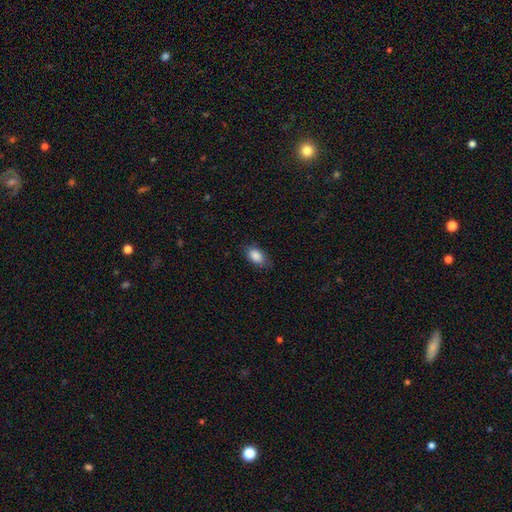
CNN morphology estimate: Q: Smooth or featured?
A: smooth (88%); runner-up: star or artifact (7%)
Q: How rounded?
A: in between (89%); runner-up: round (8%)
Q: Merging?
A: none (76%); runner-up: minor disturbance (19%)